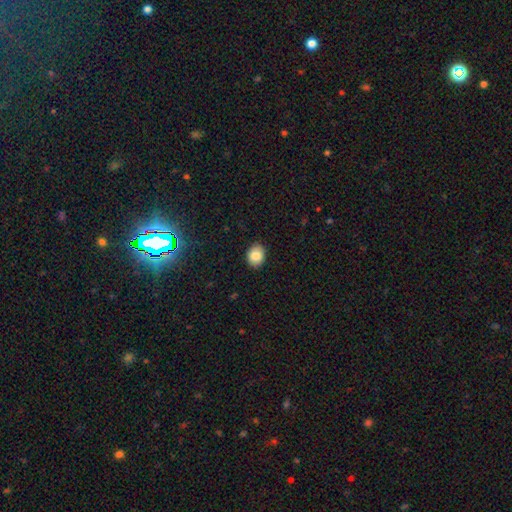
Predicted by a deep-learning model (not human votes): smooth_or_featured: smooth (p=0.85) [alt: star or artifact p=0.09]
how_rounded: in between (p=0.53) [alt: round p=0.46]
merging: none (p=0.88) [alt: minor disturbance p=0.09]